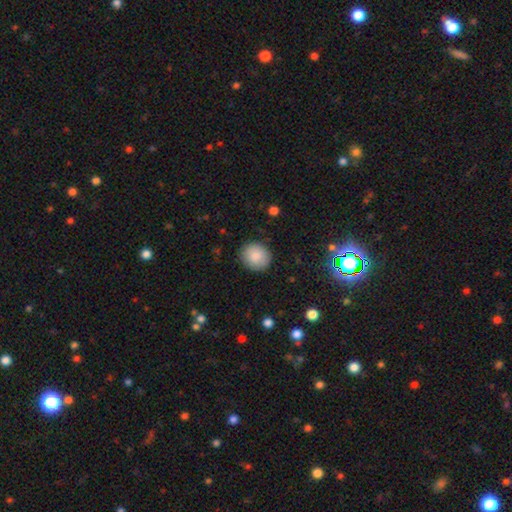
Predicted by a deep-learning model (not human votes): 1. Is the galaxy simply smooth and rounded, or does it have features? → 87% smooth, 7% star or artifact, 5% featured or disk.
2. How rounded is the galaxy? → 83% round, 16% in between, 1% cigar-shaped.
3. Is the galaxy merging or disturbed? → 87% none, 10% minor disturbance, 3% major disturbance, 1% merger.